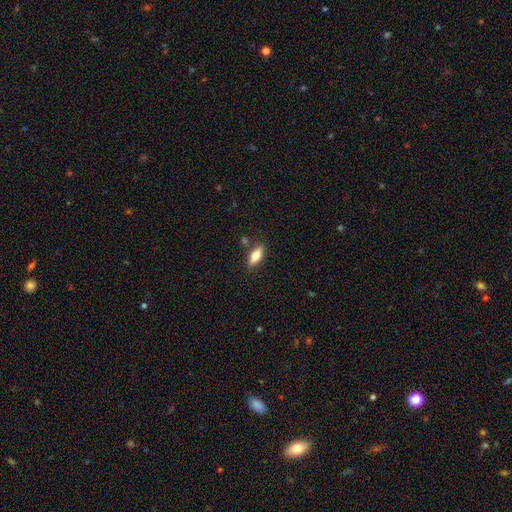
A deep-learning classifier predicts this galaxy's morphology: Smooth or featured: smooth — 70% (featured or disk — 23%)
How rounded: in between — 72% (cigar-shaped — 25%)
Merging: none — 82% (minor disturbance — 11%)